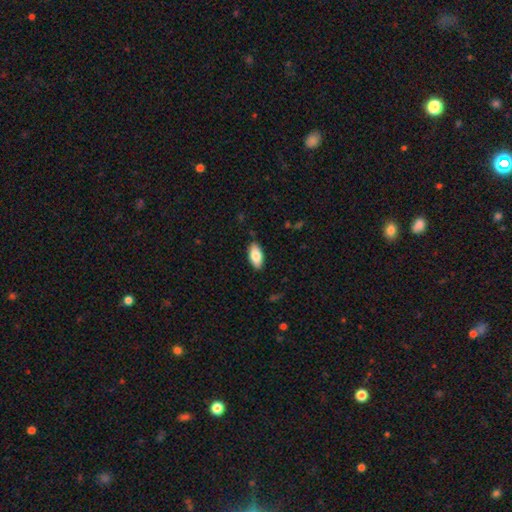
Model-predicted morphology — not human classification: smooth 83%, featured or disk 11%, star or artifact 6%. Down the decision tree: how rounded — in between (91%); merging — none (87%).